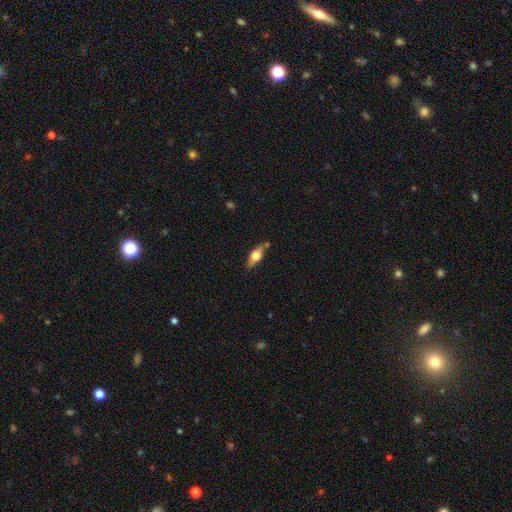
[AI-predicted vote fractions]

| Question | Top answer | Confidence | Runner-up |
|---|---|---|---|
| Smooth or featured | smooth | 55% | featured or disk (39%) |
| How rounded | in between | 67% | cigar-shaped (29%) |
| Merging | none | 77% | minor disturbance (16%) |